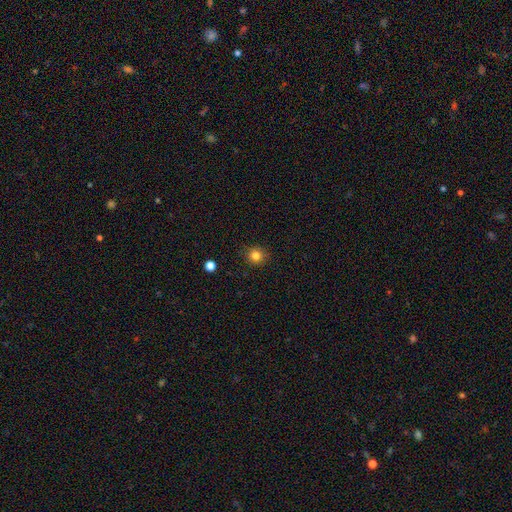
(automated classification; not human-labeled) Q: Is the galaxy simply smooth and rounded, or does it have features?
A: smooth — 82%.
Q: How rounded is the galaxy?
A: round — 89%.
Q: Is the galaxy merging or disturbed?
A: none — 90%.